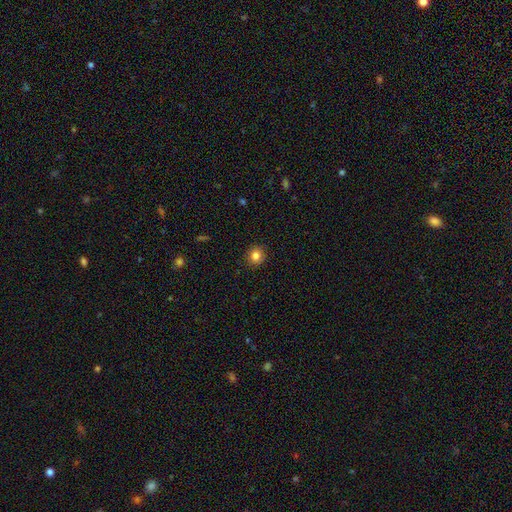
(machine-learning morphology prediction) Q: Smooth or featured?
A: smooth (83%); runner-up: star or artifact (11%)
Q: How rounded?
A: round (88%); runner-up: in between (11%)
Q: Merging?
A: none (91%); runner-up: minor disturbance (6%)